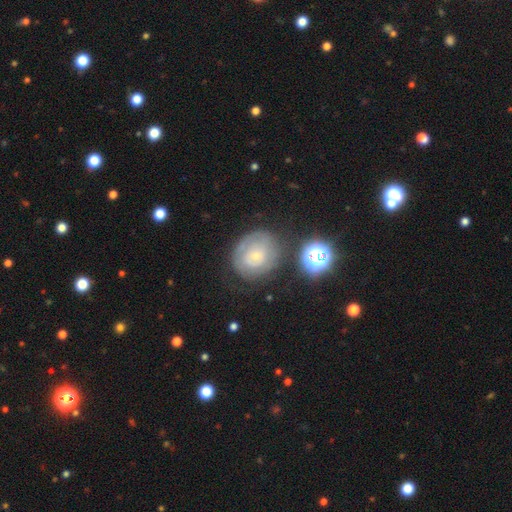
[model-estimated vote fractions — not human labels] Q: Smooth or featured?
A: featured or disk (59%); runner-up: smooth (32%)
Q: Edge-on disk?
A: no (97%); runner-up: yes (3%)
Q: Bar?
A: no (80%); runner-up: weak (17%)
Q: Spiral arms?
A: yes (68%); runner-up: no (32%)
Q: Bulge size?
A: small (73%); runner-up: moderate (22%)
Q: Merging?
A: none (66%); runner-up: minor disturbance (19%)